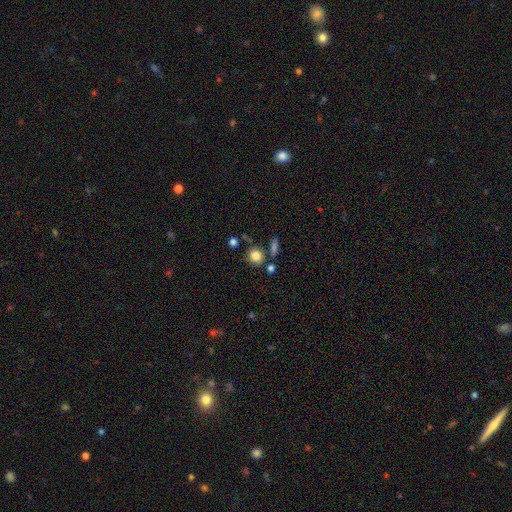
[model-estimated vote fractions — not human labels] This appears to be a smooth galaxy with no disk features (83%) that is round (81%). Merging: none (74%).